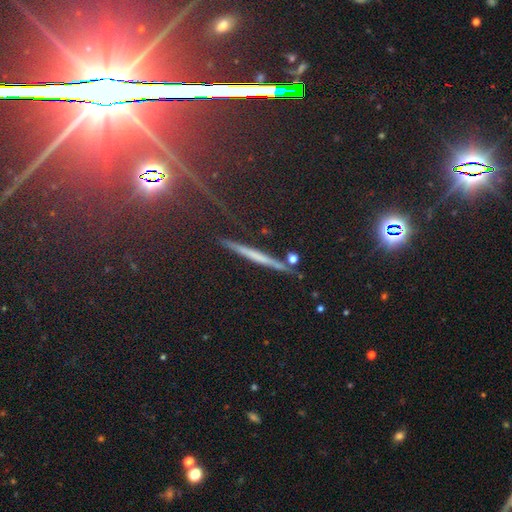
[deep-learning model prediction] A featured or disk galaxy (45%). Merging: none (87%).